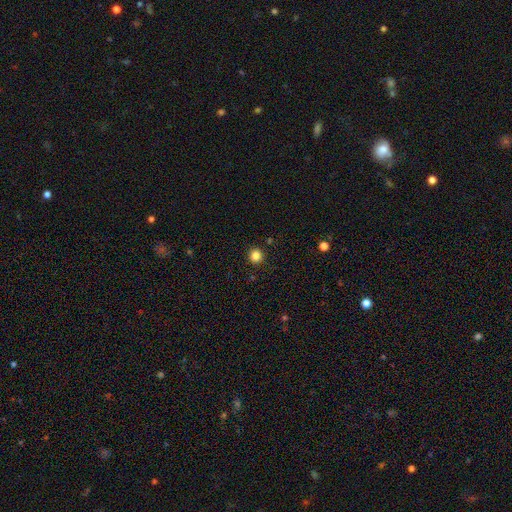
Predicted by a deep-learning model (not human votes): This appears to be a smooth galaxy with no disk features (83%) that is round (94%). Merging: none (92%).